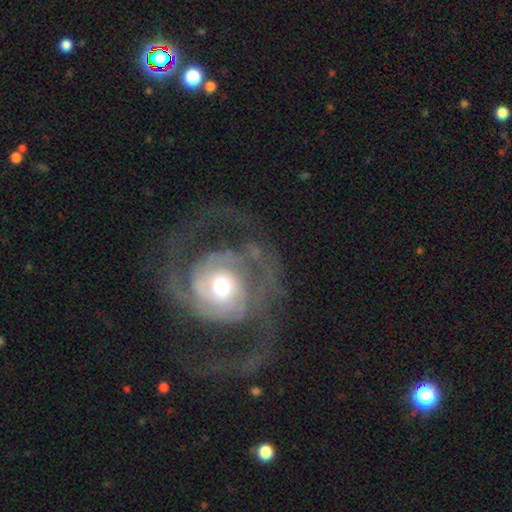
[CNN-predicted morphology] Q: Smooth or featured?
A: featured or disk (89%); runner-up: smooth (6%)
Q: Edge-on disk?
A: no (98%); runner-up: yes (2%)
Q: Bar?
A: no (64%); runner-up: weak (25%)
Q: Spiral arms?
A: yes (96%); runner-up: no (4%)
Q: Spiral winding?
A: medium (47%); runner-up: tight (37%)
Q: Spiral arm count?
A: 2 (71%); runner-up: 3 (10%)
Q: Bulge size?
A: moderate (63%); runner-up: small (23%)
Q: Merging?
A: none (64%); runner-up: major disturbance (20%)